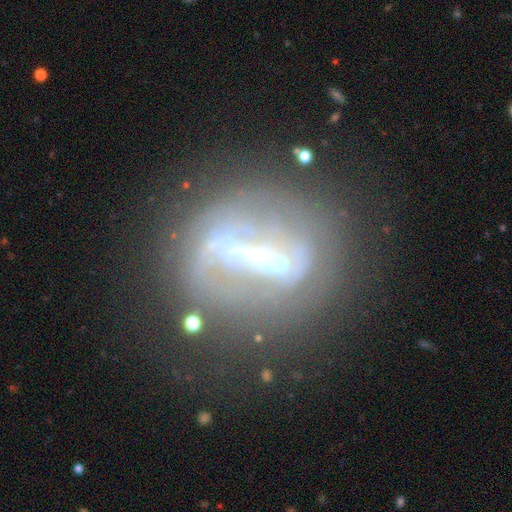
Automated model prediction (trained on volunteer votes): Smooth or featured? featured or disk (76%)
Edge-on disk? no (89%)
Bar? strong (74%)
Spiral arms? yes (57%)
Bulge size? small (37%)
Merging? none (56%)